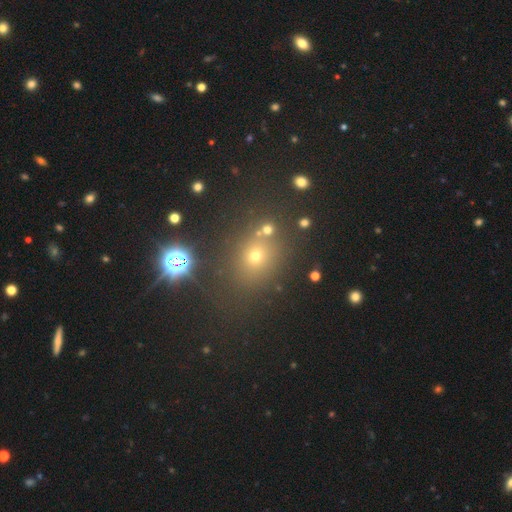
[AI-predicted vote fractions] This appears to be a smooth galaxy with no disk features (59%) that is round (68%). Merging: none (77%).